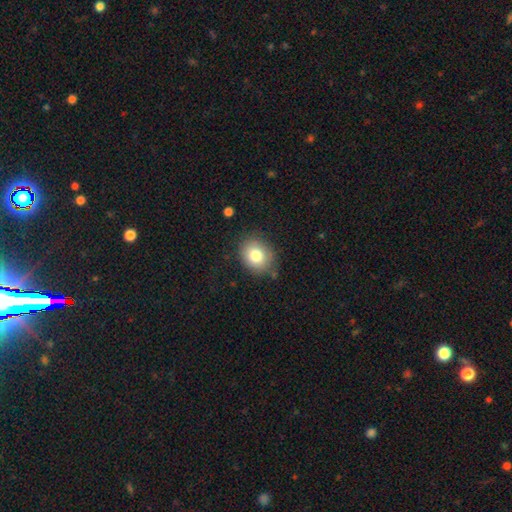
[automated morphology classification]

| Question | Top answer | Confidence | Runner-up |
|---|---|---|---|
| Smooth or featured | smooth | 81% | featured or disk (10%) |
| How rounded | round | 56% | in between (43%) |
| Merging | none | 80% | minor disturbance (14%) |